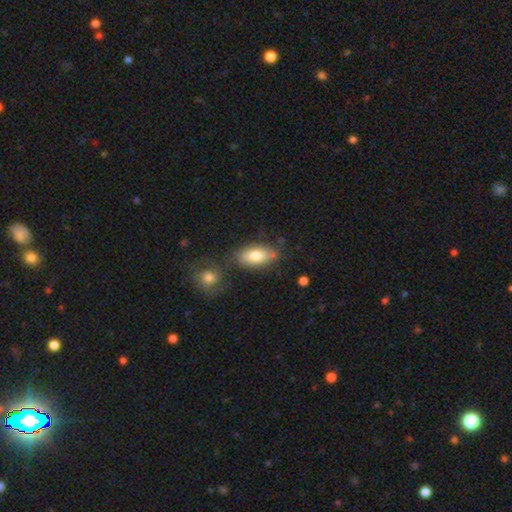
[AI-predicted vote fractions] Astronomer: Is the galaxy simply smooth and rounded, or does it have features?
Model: smooth — 77%.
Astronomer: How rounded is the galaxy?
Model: in between — 88%.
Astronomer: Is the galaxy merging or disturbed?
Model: none — 66%.